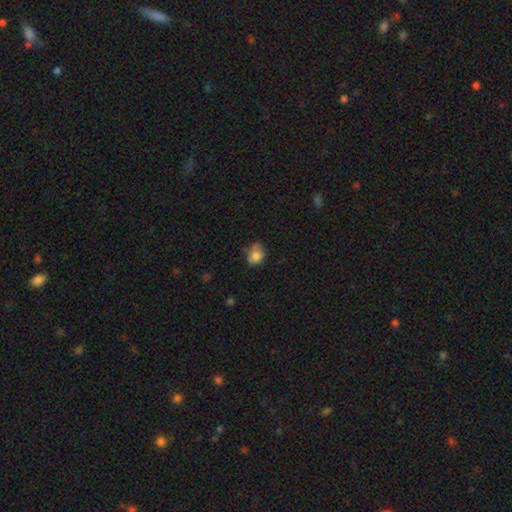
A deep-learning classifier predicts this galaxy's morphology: This appears to be a smooth galaxy with no disk features (80%) that is round (51%). Merging: none (45%).